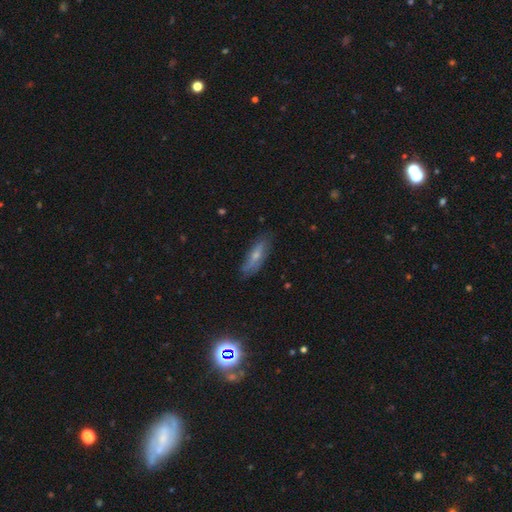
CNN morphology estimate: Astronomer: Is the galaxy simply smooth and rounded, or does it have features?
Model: smooth — 51% (runner-up: featured or disk, 40%).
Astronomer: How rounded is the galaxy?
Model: in between — 52% (runner-up: cigar-shaped, 45%).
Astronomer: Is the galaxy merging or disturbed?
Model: none — 75%.